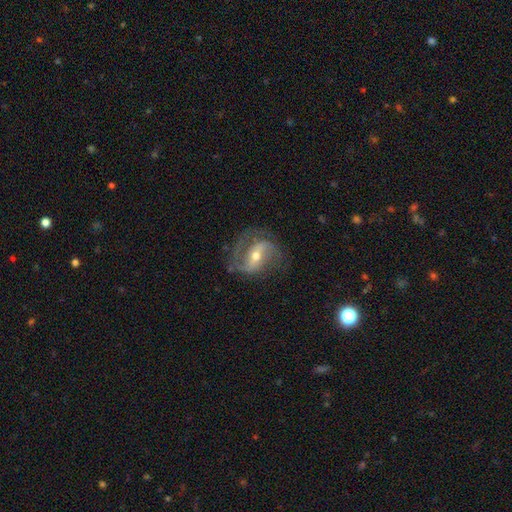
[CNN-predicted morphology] smooth_or_featured: featured or disk (p=0.85) [alt: smooth p=0.08]
disk_edge_on: no (p=0.96) [alt: yes p=0.04]
bar: strong (p=0.41) [alt: weak p=0.38]
has_spiral_arms: yes (p=0.95) [alt: no p=0.05]
spiral_winding: medium (p=0.50) [alt: loose p=0.29]
spiral_arm_count: 2 (p=0.78) [alt: can't tell p=0.07]
bulge_size: moderate (p=0.54) [alt: small p=0.41]
merging: none (p=0.66) [alt: minor disturbance p=0.19]